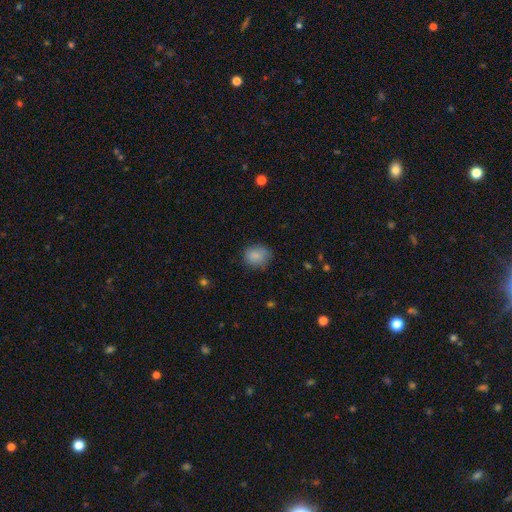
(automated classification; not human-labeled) smooth 85%, star or artifact 9%, featured or disk 6%. Down the decision tree: how rounded — round (61%); merging — none (76%).